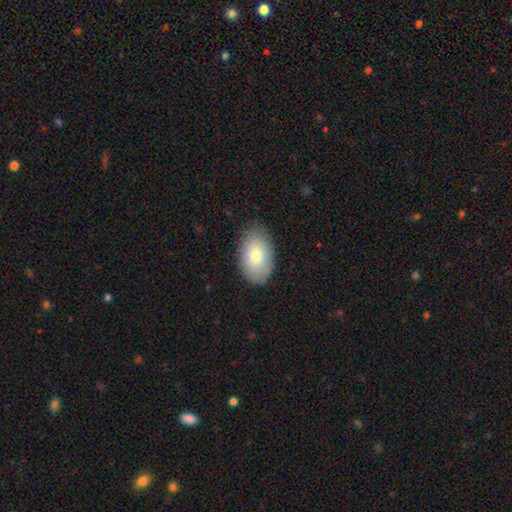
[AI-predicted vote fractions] Smooth or featured?
  - smooth: 79% *
  - featured or disk: 15%
  - star or artifact: 7%
How rounded?
  - in between: 90% *
  - round: 9%
  - cigar-shaped: 1%
Merging?
  - none: 84% *
  - minor disturbance: 13%
  - major disturbance: 3%
  - merger: 1%